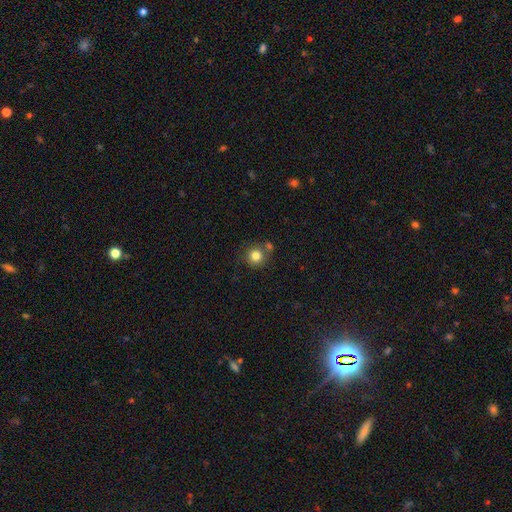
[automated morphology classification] This is clearly a smooth galaxy (82%). How rounded: clearly round (92%). Merging: likely none (68%).